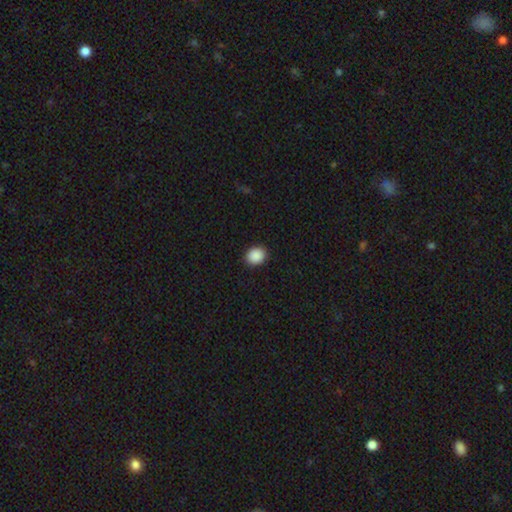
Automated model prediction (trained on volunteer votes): Morphology: type=smooth (89%); roundness=round (64%); merging=none (90%).